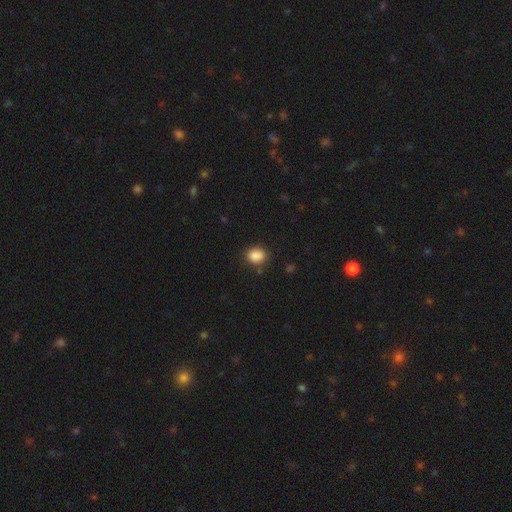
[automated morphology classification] Smooth or featured? smooth (87%)
How rounded? in between (54%)
Merging? none (82%)